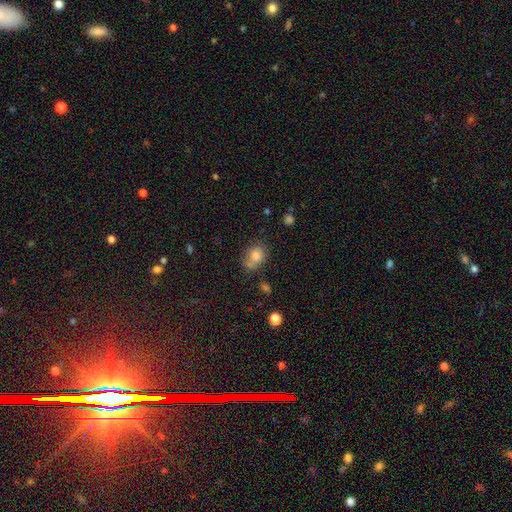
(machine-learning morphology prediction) Overall: smooth (77%). How rounded: in between (51%; round 48%). Merging: none (50%; minor disturbance 22%).